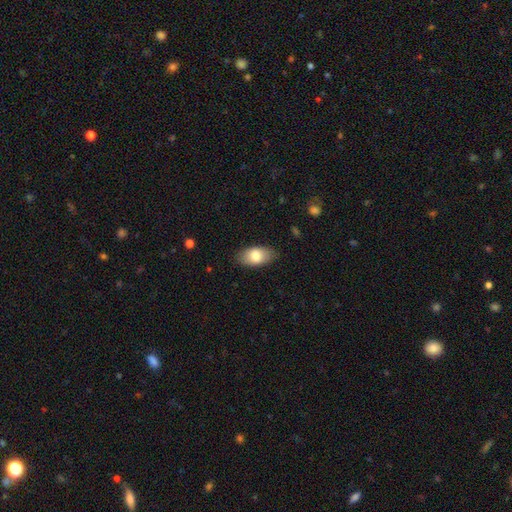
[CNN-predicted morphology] Smooth or featured?
  - smooth: 79% *
  - featured or disk: 15%
  - star or artifact: 6%
How rounded?
  - in between: 93% *
  - round: 4%
  - cigar-shaped: 4%
Merging?
  - none: 85% *
  - minor disturbance: 12%
  - major disturbance: 3%
  - merger: 1%